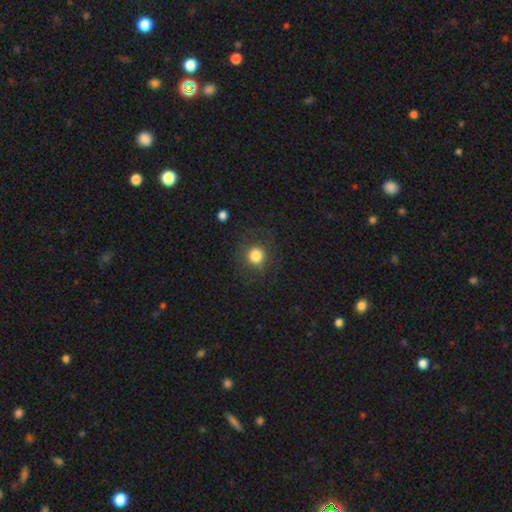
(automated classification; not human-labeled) A smooth galaxy with no disk features (80%) that is round (91%). Merging: none (81%).